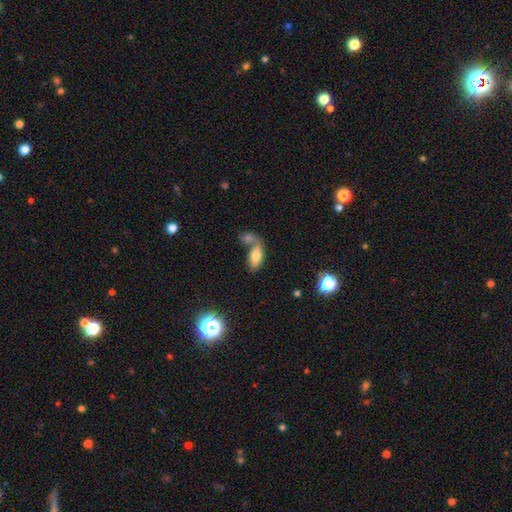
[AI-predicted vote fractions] The model was most divided on "merging": merger: 52%, none: 31%, minor disturbance: 10%, major disturbance: 7%. More confident: how rounded — in between (87%); smooth or featured — smooth (73%).